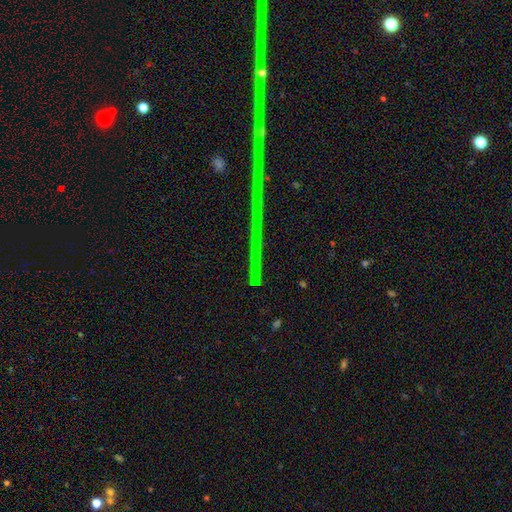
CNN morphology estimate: type=star or artifact (83%).